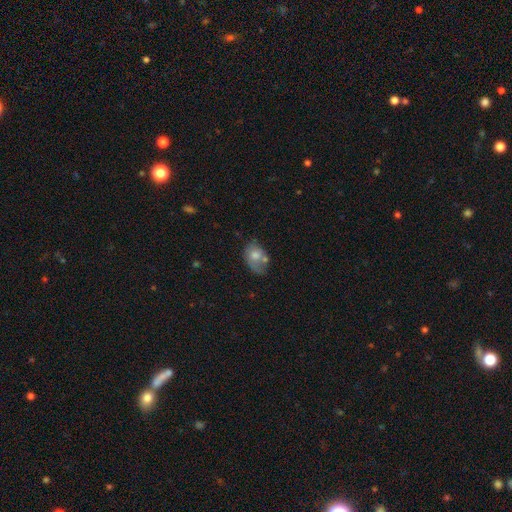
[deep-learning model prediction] smooth-or-featured: smooth: 62% | featured or disk: 29% | star or artifact: 8%
  how-rounded: in between: 75% | round: 24% | cigar-shaped: 1%
  merging: none: 35% | minor disturbance: 30% | major disturbance: 19% | merger: 17%